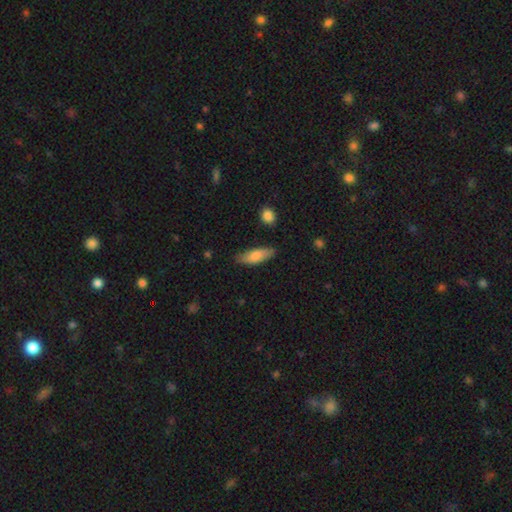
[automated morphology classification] smooth_or_featured: smooth (p=0.76) [alt: featured or disk p=0.18]
how_rounded: in between (p=0.60) [alt: cigar-shaped p=0.38]
merging: none (p=0.82) [alt: minor disturbance p=0.13]